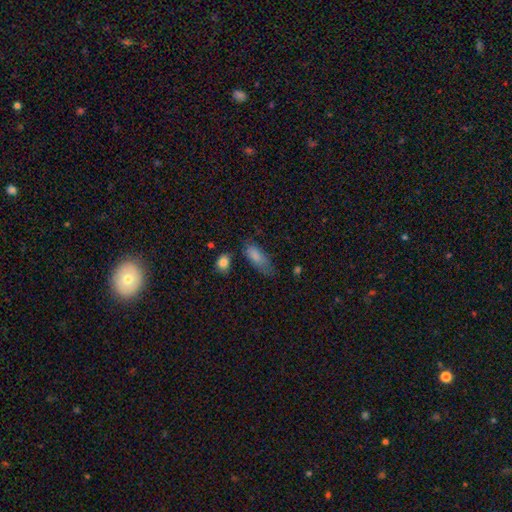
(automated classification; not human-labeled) smooth-or-featured: smooth: 82% | featured or disk: 10% | star or artifact: 8%
  how-rounded: in between: 79% | cigar-shaped: 18% | round: 3%
  merging: none: 46% | minor disturbance: 34% | major disturbance: 14% | merger: 5%